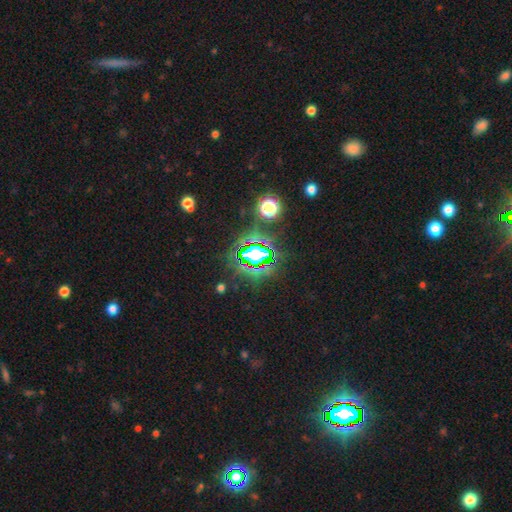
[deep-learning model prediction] A star or artifact, not a galaxy (81%).